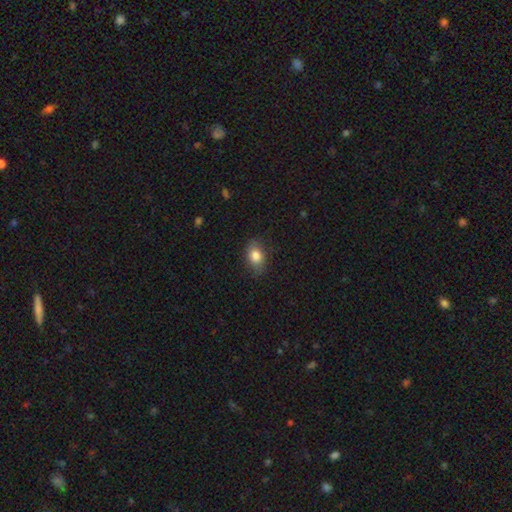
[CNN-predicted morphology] smooth-or-featured: smooth: 82% | featured or disk: 10% | star or artifact: 9%
  how-rounded: in between: 75% | round: 23% | cigar-shaped: 2%
  merging: none: 78% | minor disturbance: 17% | major disturbance: 4% | merger: 1%